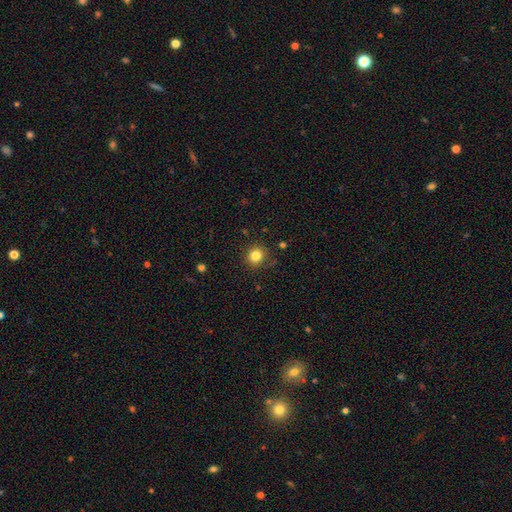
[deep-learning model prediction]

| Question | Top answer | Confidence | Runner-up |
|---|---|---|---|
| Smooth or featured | smooth | 83% | star or artifact (12%) |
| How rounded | round | 87% | in between (12%) |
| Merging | none | 88% | minor disturbance (8%) |